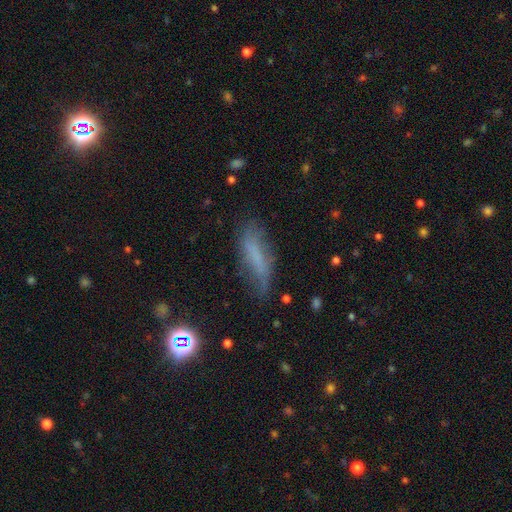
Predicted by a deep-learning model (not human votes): A smooth galaxy with no disk features (58%) that is cigar-shaped (56%).

Vote fractions:
- Smooth or featured? smooth: 58% / featured or disk: 28% / star or artifact: 14%
- How rounded? cigar-shaped: 56% / in between: 41% / round: 3%
- Merging? none: 54% / minor disturbance: 30% / major disturbance: 13% / merger: 3%